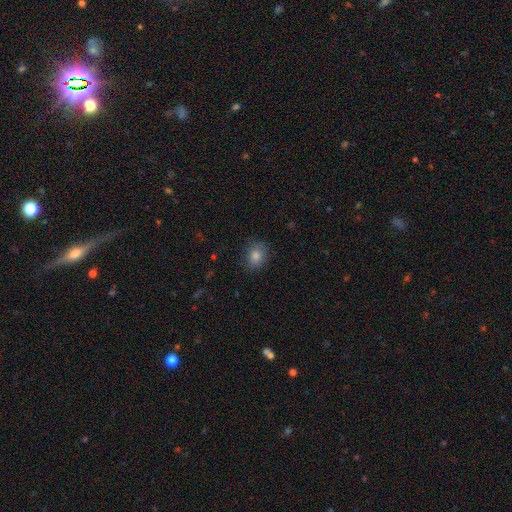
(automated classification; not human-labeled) This is clearly a smooth galaxy (81%). How rounded: possibly round (56%). Merging: clearly none (83%).